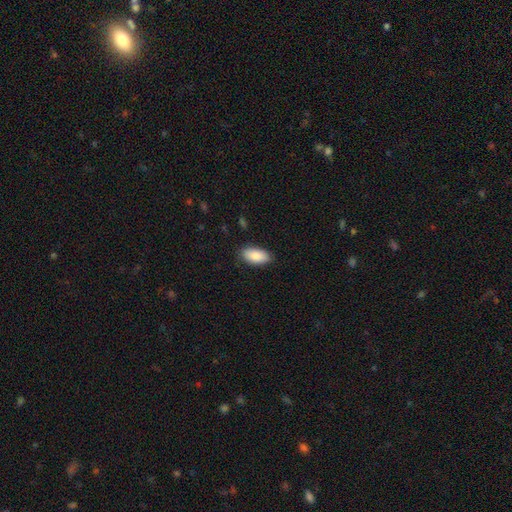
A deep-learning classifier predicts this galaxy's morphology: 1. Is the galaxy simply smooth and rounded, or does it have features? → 86% smooth, 7% featured or disk, 6% star or artifact.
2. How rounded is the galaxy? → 93% in between, 5% cigar-shaped, 3% round.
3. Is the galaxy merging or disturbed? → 85% none, 12% minor disturbance, 2% major disturbance, 1% merger.